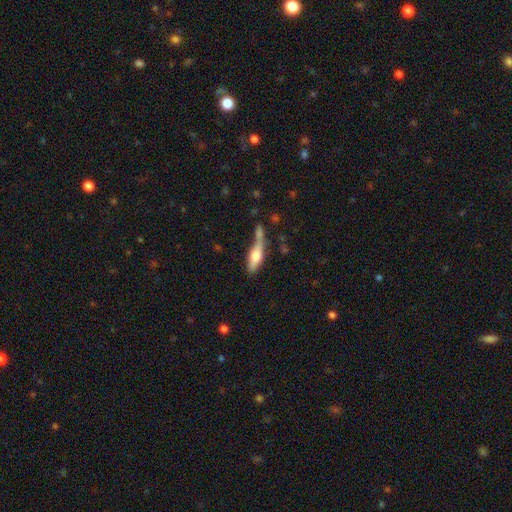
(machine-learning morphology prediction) Smooth or featured: smooth — 61% (featured or disk — 33%)
How rounded: cigar-shaped — 49% (in between — 47%)
Merging: none — 37% (merger — 31%)